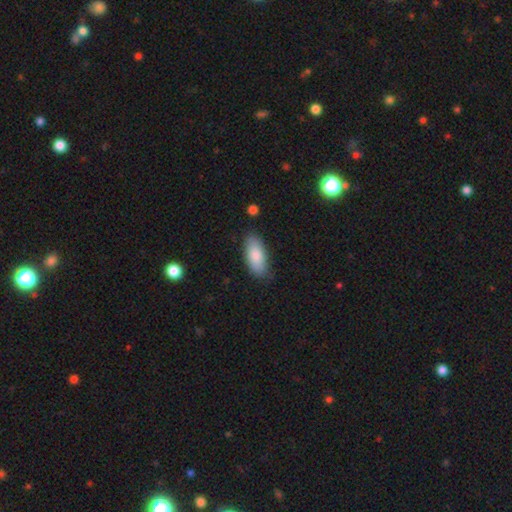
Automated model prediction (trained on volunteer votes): Morphology: type=smooth (85%); roundness=in between (89%); merging=none (79%).